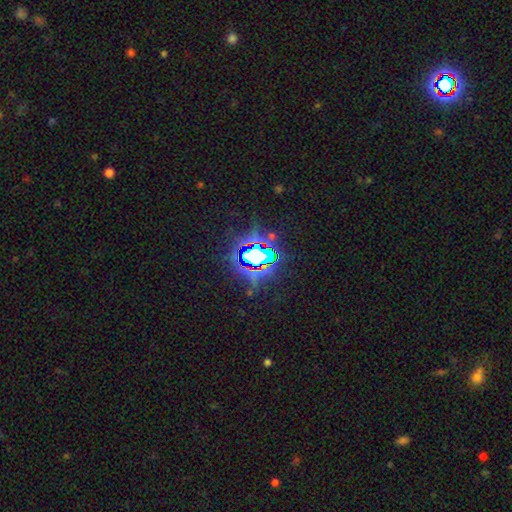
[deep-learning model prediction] Morphology: type=star or artifact (77%).